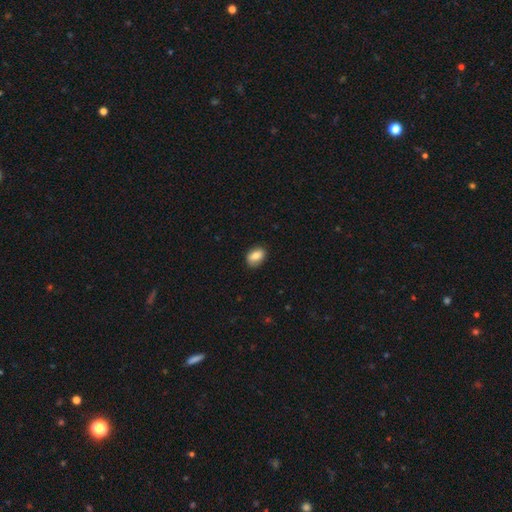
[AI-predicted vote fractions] This appears to be a smooth galaxy with no disk features (80%) that is in between round and cigar-shaped (78%). Merging: none (85%).